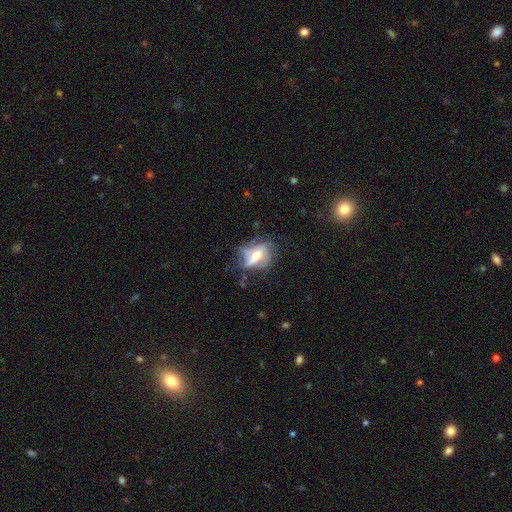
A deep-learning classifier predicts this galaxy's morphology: Q: Smooth or featured?
A: featured or disk (54%); runner-up: smooth (36%)
Q: Edge-on disk?
A: no (88%); runner-up: yes (12%)
Q: Merging?
A: none (42%); runner-up: major disturbance (28%)